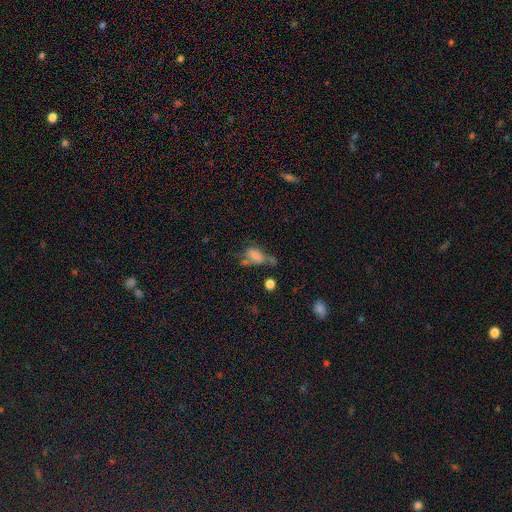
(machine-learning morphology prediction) Smooth or featured? Predicted: smooth (p=0.66). How rounded? Predicted: in between (p=0.83). Merging? Predicted: major disturbance (p=0.28).